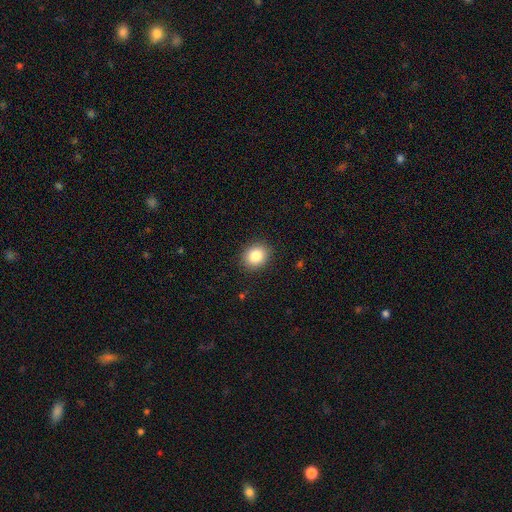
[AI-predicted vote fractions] smooth 85%, star or artifact 9%, featured or disk 6%. Down the decision tree: how rounded — round (62%); merging — none (89%).